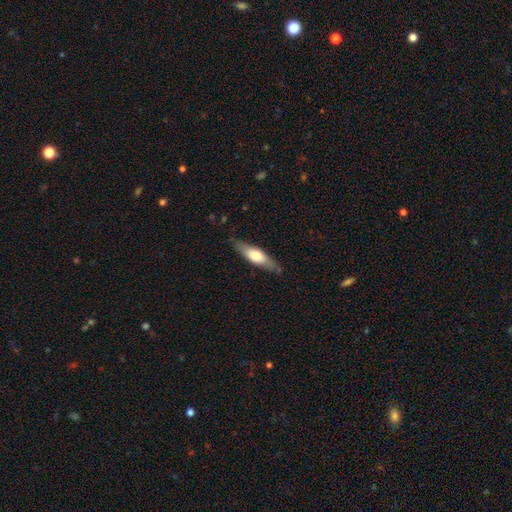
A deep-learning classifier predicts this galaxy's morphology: Smooth or featured: smooth — 58% (featured or disk — 37%)
How rounded: cigar-shaped — 57% (in between — 41%)
Merging: none — 80% (minor disturbance — 15%)